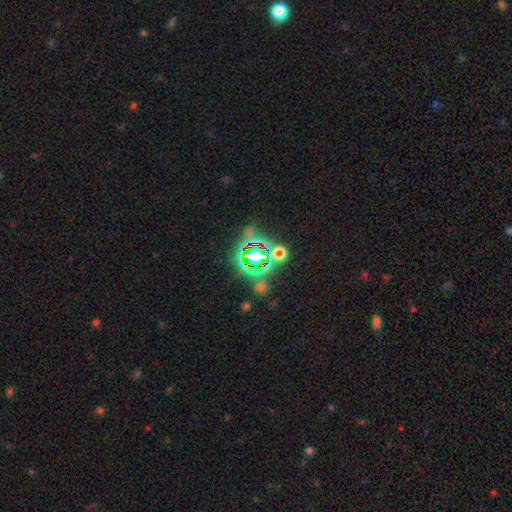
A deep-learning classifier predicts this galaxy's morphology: type=star or artifact (72%).